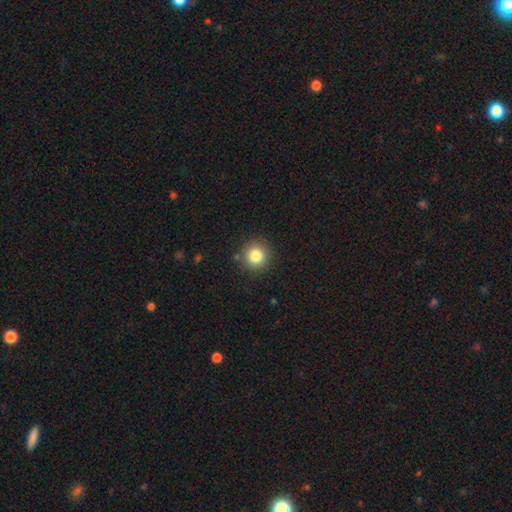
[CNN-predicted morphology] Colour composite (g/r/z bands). It shows a smooth galaxy with no disk features (83%) that is round (94%). Merging: none (88%).